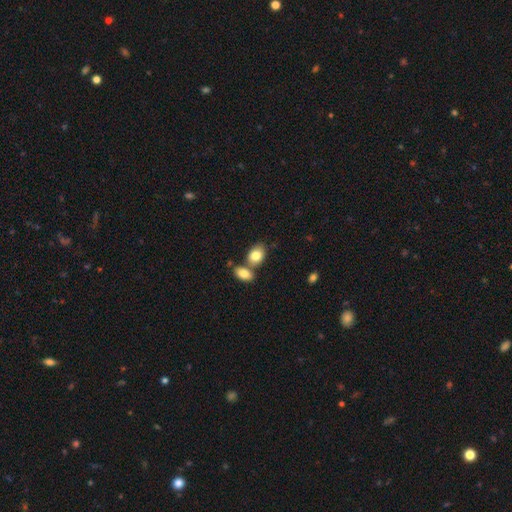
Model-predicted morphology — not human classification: Smooth or featured? smooth (83%)
How rounded? in between (76%)
Merging? none (46%)